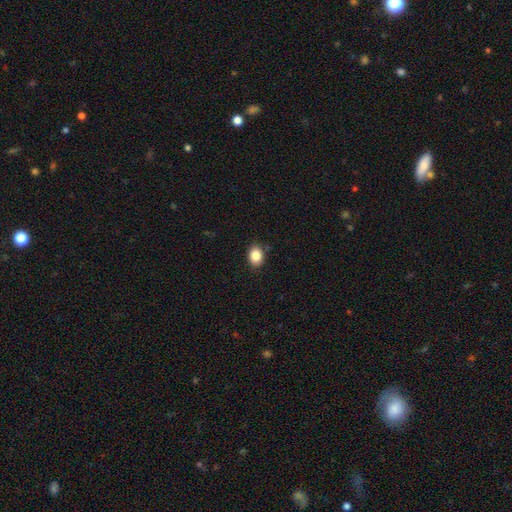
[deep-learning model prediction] smooth-or-featured: smooth: 86% | star or artifact: 9% | featured or disk: 5%
  how-rounded: in between: 64% | round: 35% | cigar-shaped: 1%
  merging: none: 88% | minor disturbance: 9% | major disturbance: 2% | merger: 1%